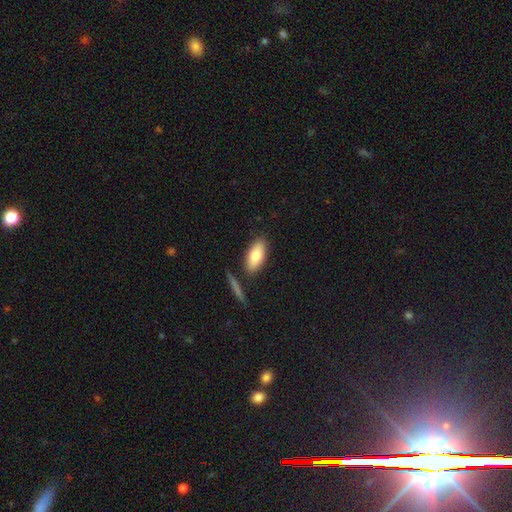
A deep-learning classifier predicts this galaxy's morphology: The model was most divided on "smooth or featured": smooth: 79%, featured or disk: 15%, star or artifact: 6%. More confident: how rounded — in between (87%); merging — none (80%).